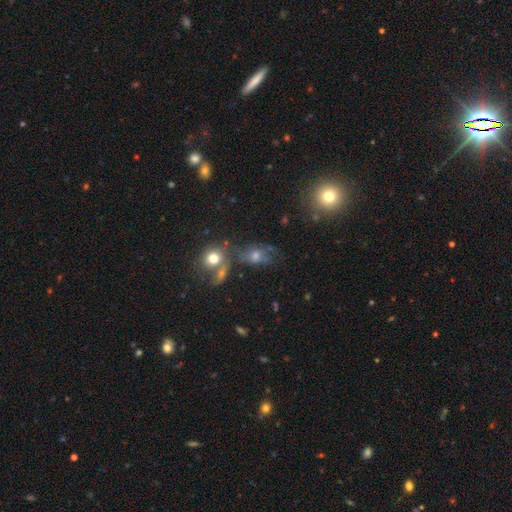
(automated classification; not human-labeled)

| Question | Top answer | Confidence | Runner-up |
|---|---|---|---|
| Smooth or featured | smooth | 50% | featured or disk (29%) |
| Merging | none | 46% | minor disturbance (21%) |